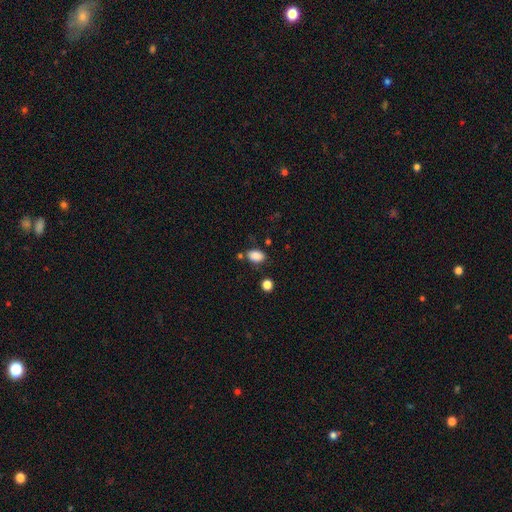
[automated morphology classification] This appears to be a smooth galaxy with no disk features (86%) that is in between round and cigar-shaped (83%). Merging: none (73%).